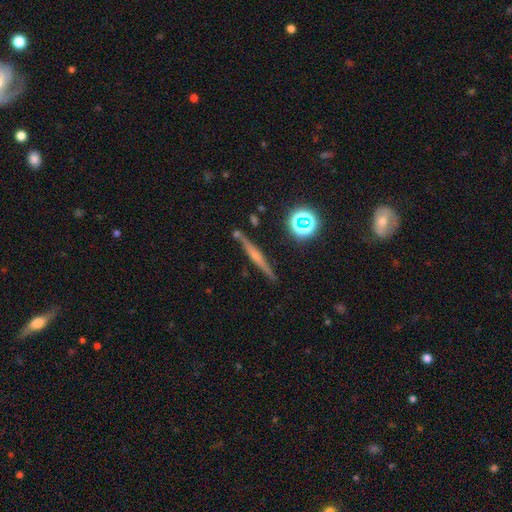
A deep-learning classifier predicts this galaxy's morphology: Smooth or featured? featured or disk (58%)
Edge-on disk? yes (97%)
Edge-on bulge? rounded (51%)
Merging? none (86%)